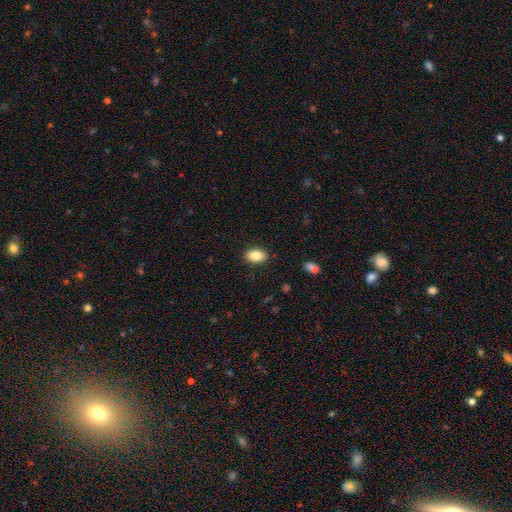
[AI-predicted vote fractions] Smooth or featured? Predicted: smooth (p=0.83). How rounded? Predicted: in between (p=0.89). Merging? Predicted: none (p=0.89).